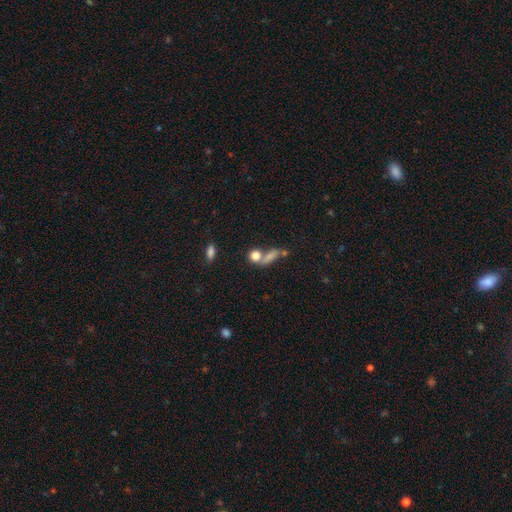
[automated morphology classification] This appears to be a smooth galaxy with no disk features (78%) that is round (61%). Merging: none (43%).